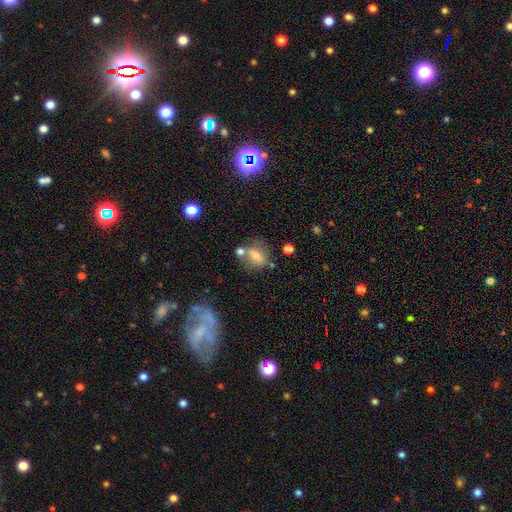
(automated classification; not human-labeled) Smooth or featured?
  - smooth: 68% *
  - featured or disk: 21%
  - star or artifact: 11%
How rounded?
  - in between: 59% *
  - round: 37%
  - cigar-shaped: 4%
Merging?
  - none: 53% *
  - merger: 25%
  - minor disturbance: 16%
  - major disturbance: 7%